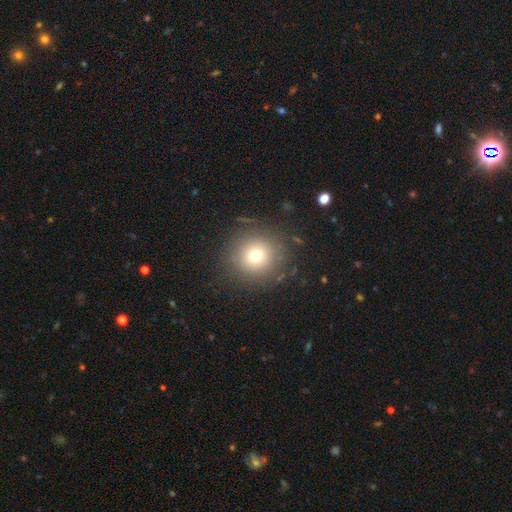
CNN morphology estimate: Smooth or featured?
  - smooth: 73% *
  - star or artifact: 15%
  - featured or disk: 12%
How rounded?
  - round: 94% *
  - in between: 5%
  - cigar-shaped: 1%
Merging?
  - none: 85% *
  - minor disturbance: 9%
  - major disturbance: 4%
  - merger: 2%